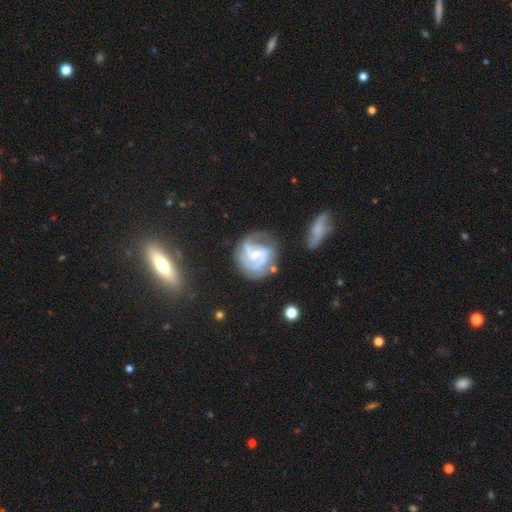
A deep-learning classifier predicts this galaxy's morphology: type=featured or disk (88%); edge-on=no (98%); bar=weak (46%); spiral arms=yes (97%); winding=medium (50%); arm count=2 (45%); bulge=small (62%); merging=none (62%).